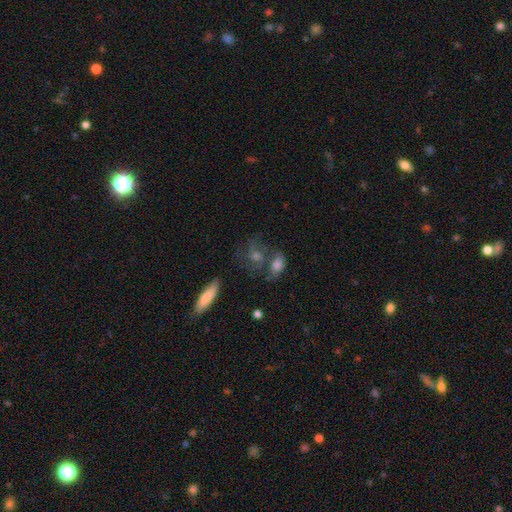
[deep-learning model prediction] A featured or disk galaxy (44%). Merging: none (52%).